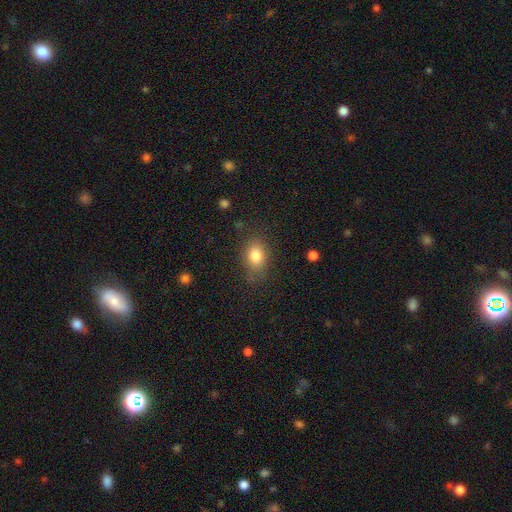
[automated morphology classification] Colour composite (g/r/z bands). It shows a smooth galaxy with no disk features (82%) that is in between round and cigar-shaped (69%). Merging: none (77%).